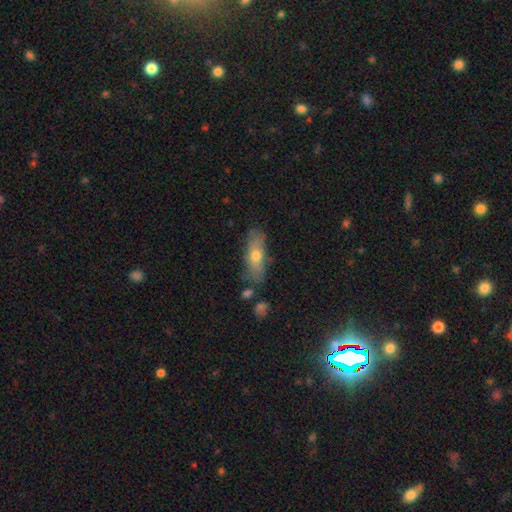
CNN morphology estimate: This appears to be a smooth galaxy with no disk features (57%) that is in between round and cigar-shaped (57%). Merging: none (74%).